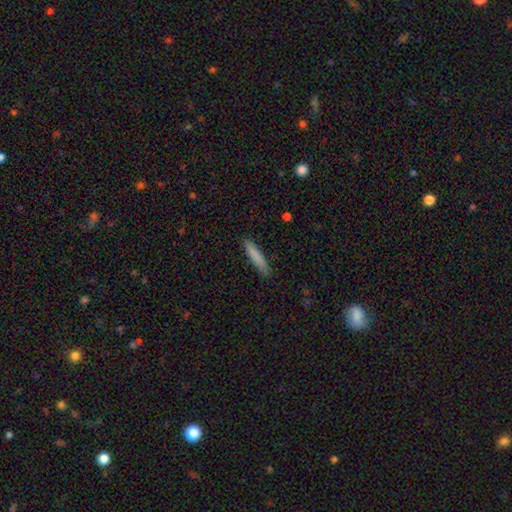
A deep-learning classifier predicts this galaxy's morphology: smooth_or_featured: smooth (p=0.83) [alt: featured or disk p=0.11]
how_rounded: cigar-shaped (p=0.91) [alt: in between p=0.07]
merging: none (p=0.88) [alt: minor disturbance p=0.09]